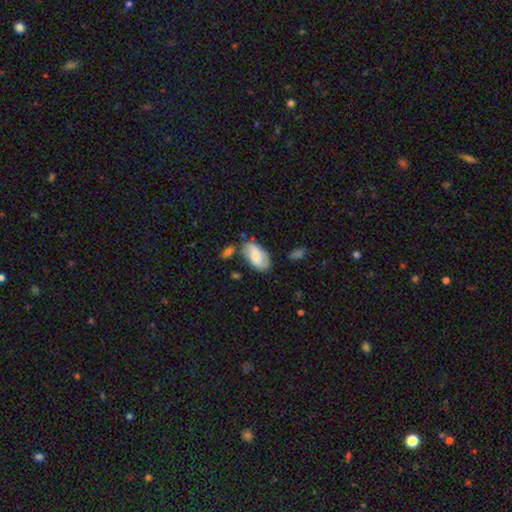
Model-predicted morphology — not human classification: smooth_or_featured: smooth (p=0.56) [alt: featured or disk p=0.37]
how_rounded: in between (p=0.94) [alt: round p=0.04]
merging: none (p=0.57) [alt: minor disturbance p=0.25]